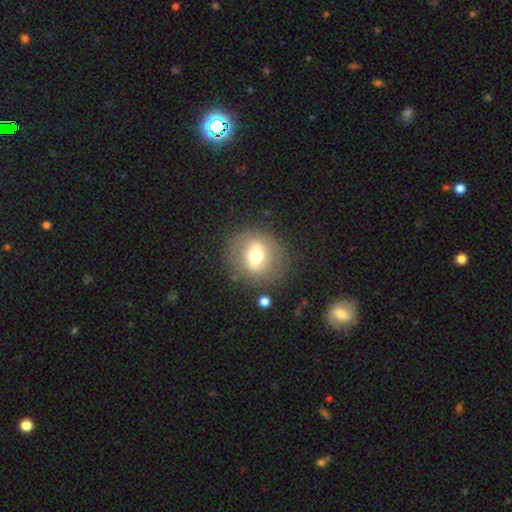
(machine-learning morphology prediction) Q: Smooth or featured?
A: smooth (48%); runner-up: featured or disk (42%)
Q: Merging?
A: none (80%); runner-up: minor disturbance (11%)